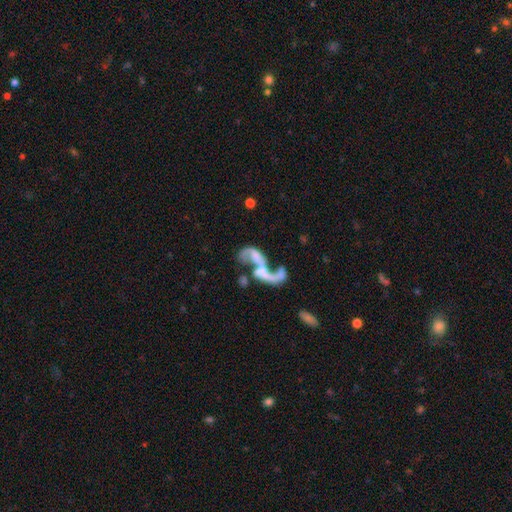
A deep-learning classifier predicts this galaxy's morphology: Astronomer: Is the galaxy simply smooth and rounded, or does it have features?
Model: featured or disk — 72%.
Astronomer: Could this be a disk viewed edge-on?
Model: no — 95%.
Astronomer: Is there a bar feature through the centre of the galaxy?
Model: no — 61%.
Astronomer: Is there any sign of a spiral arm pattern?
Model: yes — 66%.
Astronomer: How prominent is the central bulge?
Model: none — 40% (runner-up: small, 26%).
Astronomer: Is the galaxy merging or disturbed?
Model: merger — 58%.